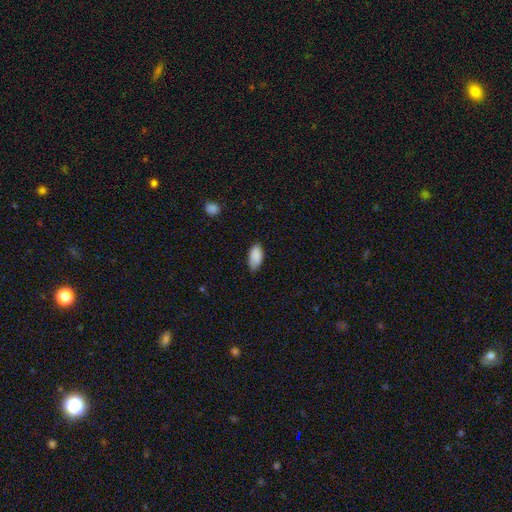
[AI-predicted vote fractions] A smooth galaxy with no disk features (88%) that is in between round and cigar-shaped (93%).

Vote fractions:
- Smooth or featured? smooth: 88% / star or artifact: 7% / featured or disk: 5%
- How rounded? in between: 93% / cigar-shaped: 4% / round: 2%
- Merging? none: 69% / minor disturbance: 26% / major disturbance: 4% / merger: 1%